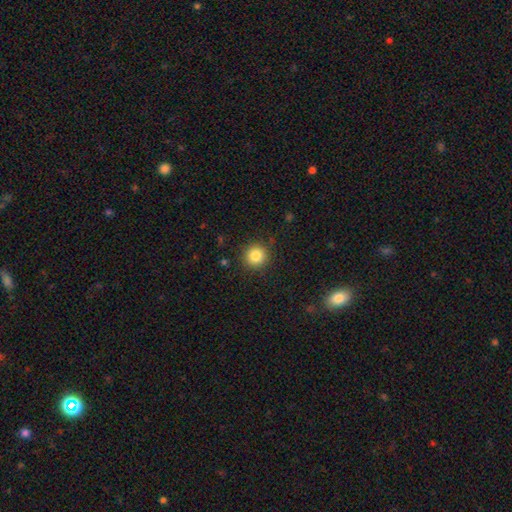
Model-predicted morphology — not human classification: This appears to be a smooth galaxy with no disk features (84%) that is round (94%). Merging: none (89%).